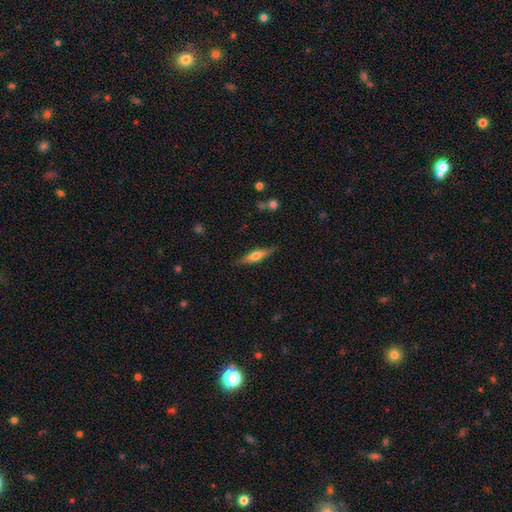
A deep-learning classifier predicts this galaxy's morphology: Overall: featured or disk (57%; smooth 36%). Edge-on disk: yes (95%). Edge-on bulge: rounded (89%). Merging: none (86%).